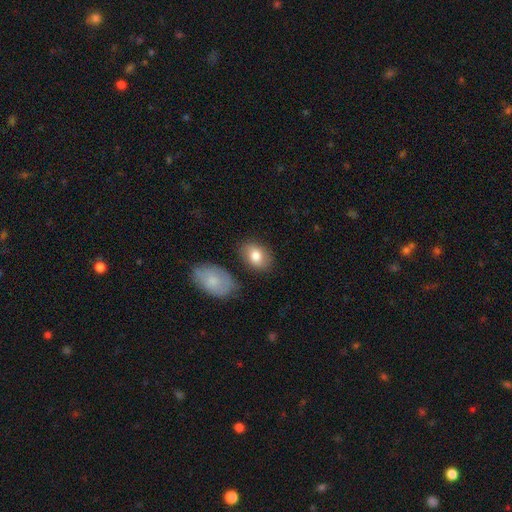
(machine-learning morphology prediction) A smooth galaxy with no disk features (81%) that is in between round and cigar-shaped (80%). Merging: none (77%).